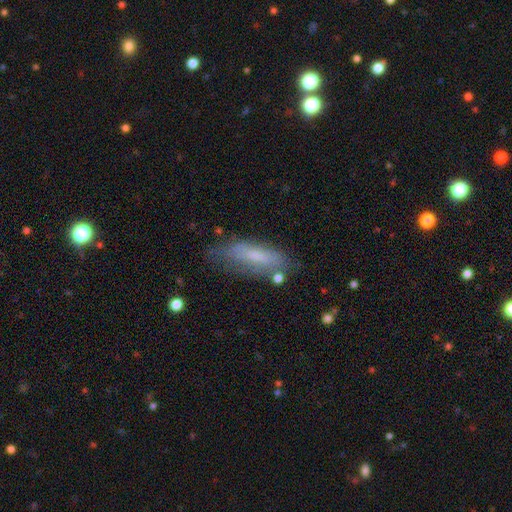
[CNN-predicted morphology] Smooth or featured? Predicted: smooth (p=0.63). How rounded? Predicted: in between (p=0.51). Merging? Predicted: none (p=0.63).